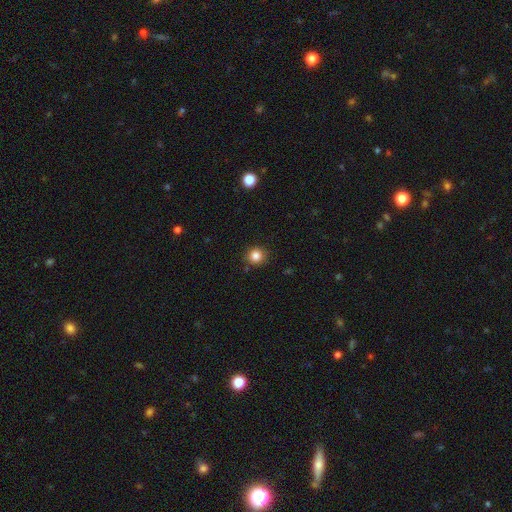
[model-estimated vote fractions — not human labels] A smooth galaxy with no disk features (84%) that is round (92%). Merging: none (90%).